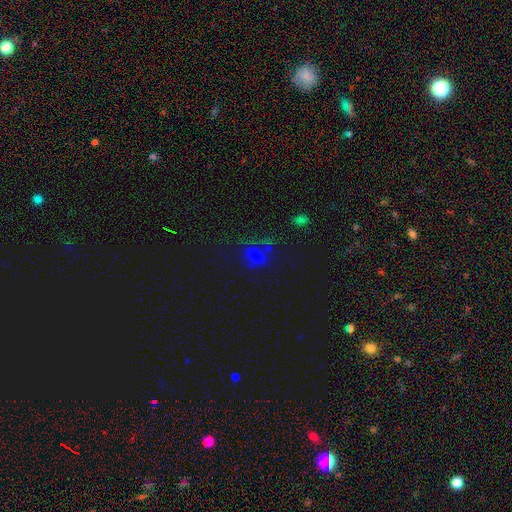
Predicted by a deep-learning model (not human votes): The model was most divided on "smooth or featured": smooth: 50%, star or artifact: 33%, featured or disk: 16%. More confident: how rounded — in between (72%); merging — none (54%).